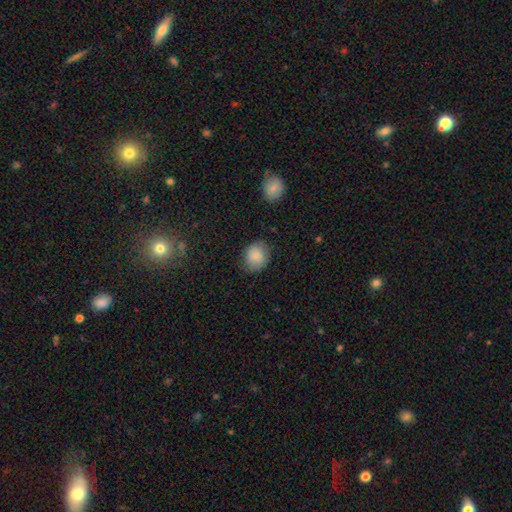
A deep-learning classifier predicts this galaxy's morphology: Q: Smooth or featured?
A: smooth (82%); runner-up: featured or disk (10%)
Q: How rounded?
A: round (63%); runner-up: in between (36%)
Q: Merging?
A: none (76%); runner-up: minor disturbance (18%)